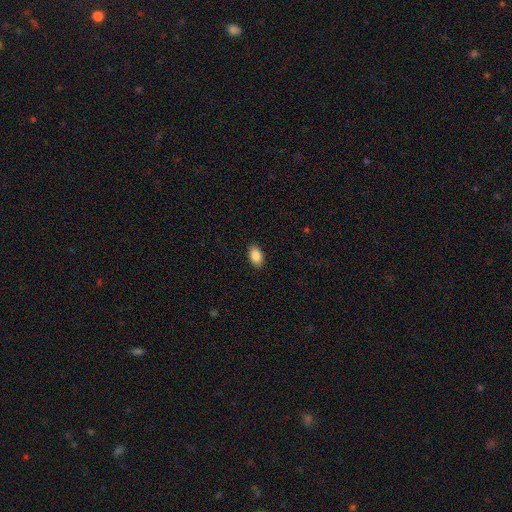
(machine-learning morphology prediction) The model was most divided on "smooth or featured": smooth: 89%, star or artifact: 7%, featured or disk: 4%. More confident: how rounded — in between (92%); merging — none (89%).